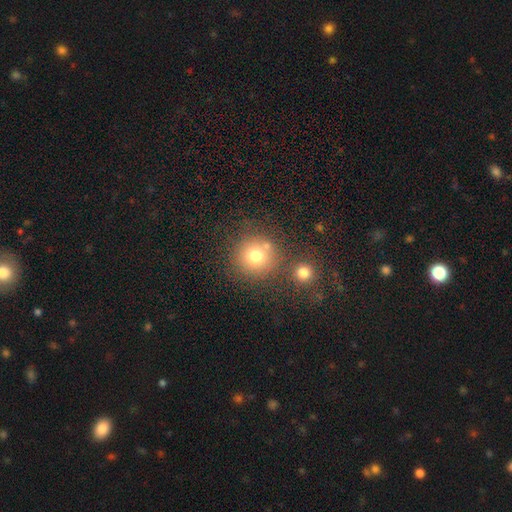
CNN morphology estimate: A smooth galaxy with no disk features (75%) that is round (92%). Merging: none (68%).